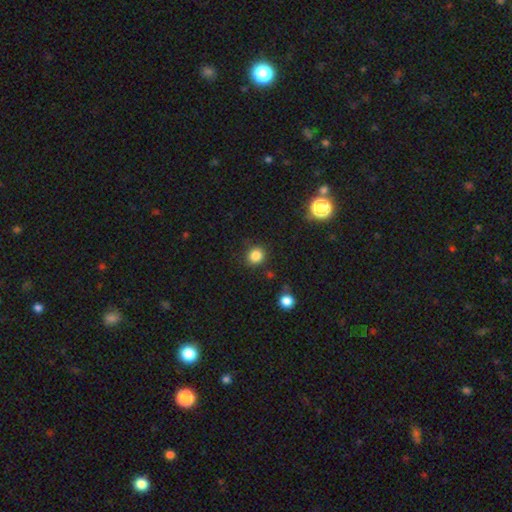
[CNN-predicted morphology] The model was most divided on "smooth or featured": smooth: 84%, star or artifact: 12%, featured or disk: 4%. More confident: how rounded — round (87%); merging — none (86%).